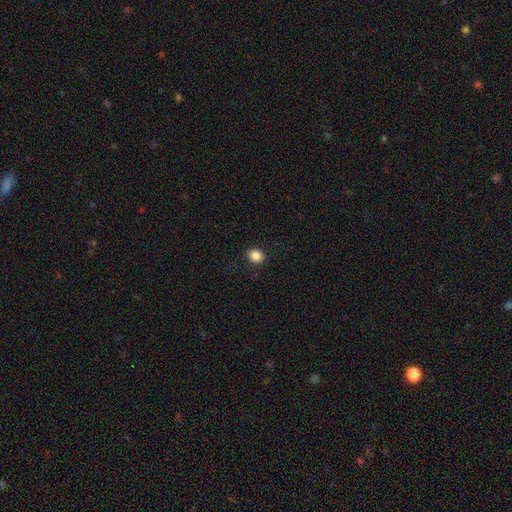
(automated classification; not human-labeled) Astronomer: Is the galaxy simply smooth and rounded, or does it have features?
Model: smooth — 86%.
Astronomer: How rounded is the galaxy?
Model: round — 80%.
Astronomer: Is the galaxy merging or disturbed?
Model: none — 90%.